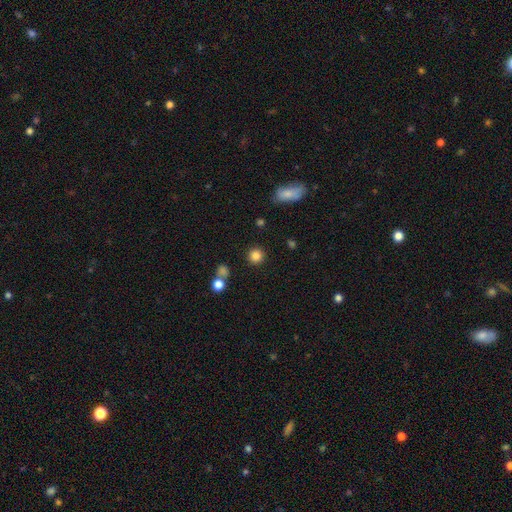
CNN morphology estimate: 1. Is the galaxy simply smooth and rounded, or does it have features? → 84% smooth, 12% star or artifact, 5% featured or disk.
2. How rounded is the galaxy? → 93% round, 6% in between, 1% cigar-shaped.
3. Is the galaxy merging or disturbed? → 87% none, 7% minor disturbance, 3% merger, 3% major disturbance.